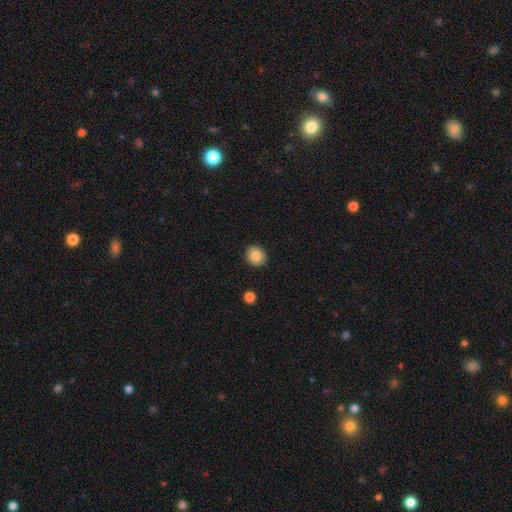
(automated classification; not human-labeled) Morphology: type=smooth (86%); roundness=round (58%); merging=none (89%).